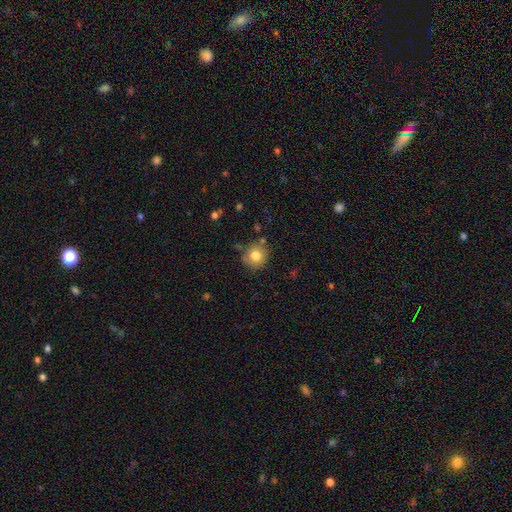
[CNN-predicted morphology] Smooth or featured? smooth (79%)
How rounded? round (88%)
Merging? none (77%)